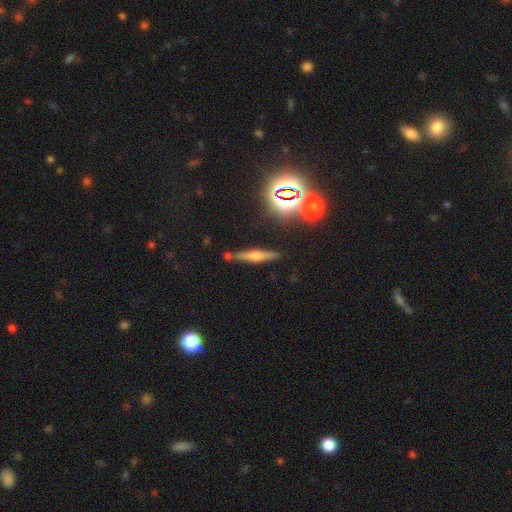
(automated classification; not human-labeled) The model was most divided on "smooth or featured": featured or disk: 55%, smooth: 24%, star or artifact: 21%. More confident: edge-on disk — yes (94%); merging — none (85%); edge-on bulge — rounded (84%).